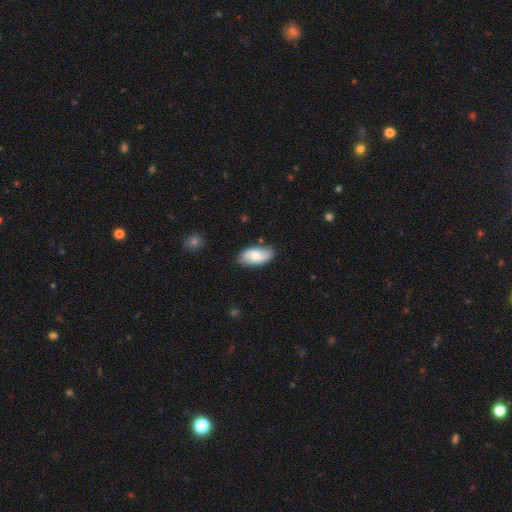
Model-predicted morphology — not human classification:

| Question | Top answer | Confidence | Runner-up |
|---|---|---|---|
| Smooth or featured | smooth | 68% | featured or disk (26%) |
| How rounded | in between | 93% | cigar-shaped (4%) |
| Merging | none | 83% | minor disturbance (13%) |